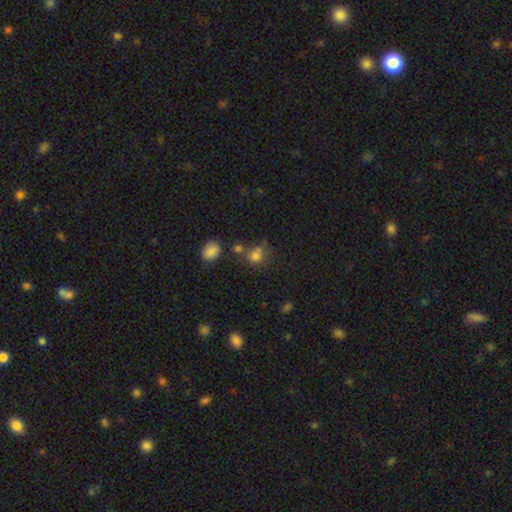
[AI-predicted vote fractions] smooth_or_featured: smooth (p=0.73) [alt: star or artifact p=0.17]
how_rounded: round (p=0.74) [alt: in between p=0.25]
merging: none (p=0.55) [alt: merger p=0.21]